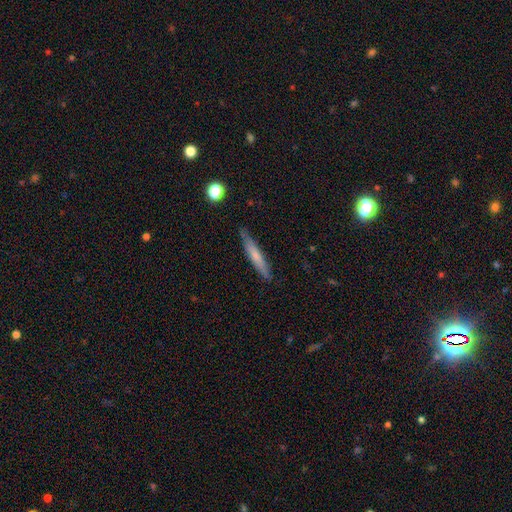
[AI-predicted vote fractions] Smooth or featured? Predicted: smooth (p=0.59). How rounded? Predicted: cigar-shaped (p=0.94). Merging? Predicted: none (p=0.85).